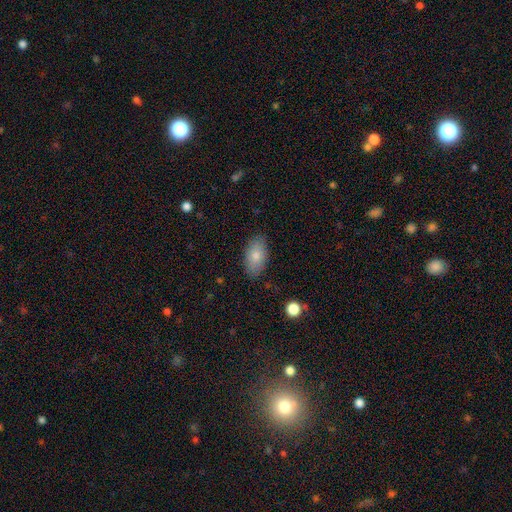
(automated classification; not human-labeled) Smooth or featured? Predicted: smooth (p=0.80). How rounded? Predicted: in between (p=0.93). Merging? Predicted: none (p=0.83).